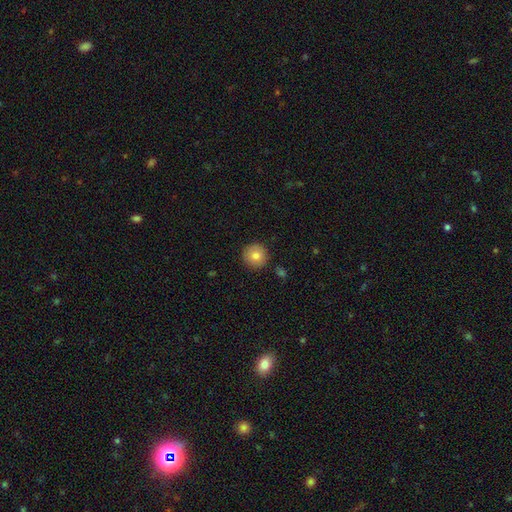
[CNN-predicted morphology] smooth-or-featured: smooth: 81% | featured or disk: 10% | star or artifact: 9%
  how-rounded: round: 95% | in between: 4% | cigar-shaped: 1%
  merging: none: 90% | minor disturbance: 7% | major disturbance: 2% | merger: 2%